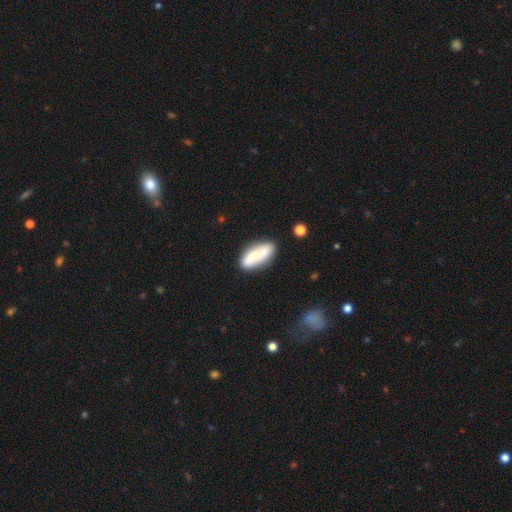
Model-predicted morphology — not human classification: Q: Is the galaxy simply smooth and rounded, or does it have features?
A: smooth — 62%.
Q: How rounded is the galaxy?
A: in between — 79%.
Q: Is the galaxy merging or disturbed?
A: none — 66%.